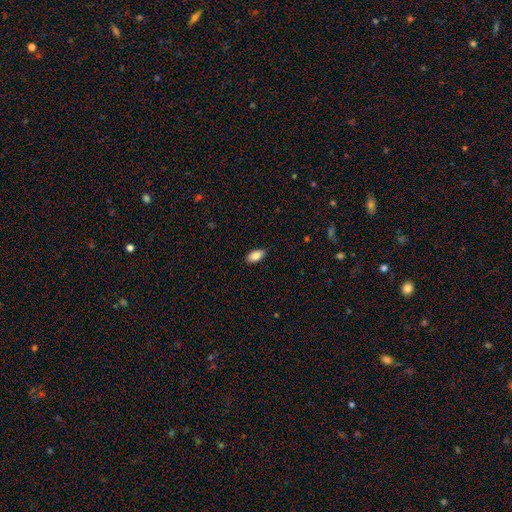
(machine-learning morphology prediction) A smooth galaxy with no disk features (85%) that is in between round and cigar-shaped (93%). Merging: none (87%).